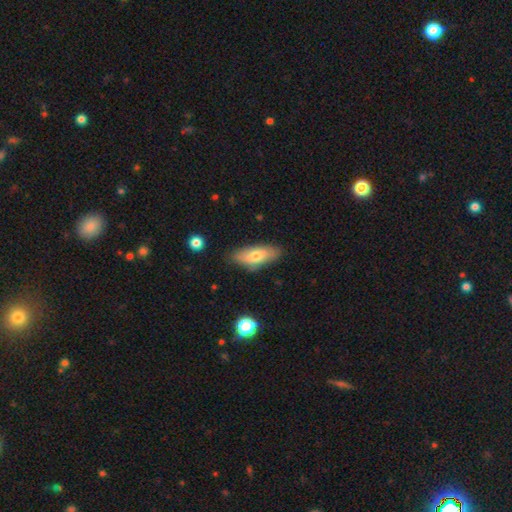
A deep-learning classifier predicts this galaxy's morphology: Smooth or featured?
  - smooth: 67% *
  - featured or disk: 26%
  - star or artifact: 6%
How rounded?
  - in between: 75% *
  - cigar-shaped: 23%
  - round: 3%
Merging?
  - none: 78% *
  - minor disturbance: 17%
  - major disturbance: 3%
  - merger: 2%